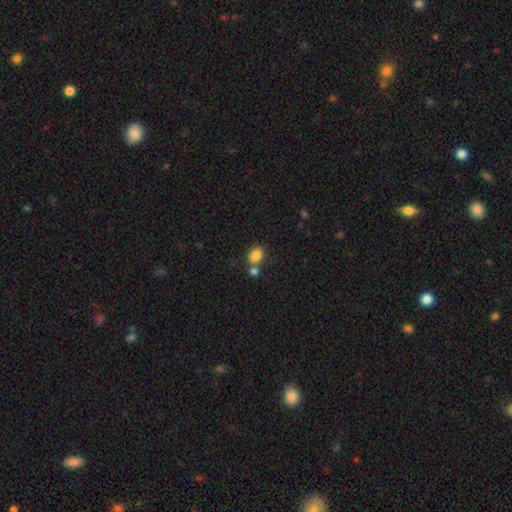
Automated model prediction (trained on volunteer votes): Overall: smooth (85%). How rounded: in between (69%). Merging: none (54%; merger 31%).